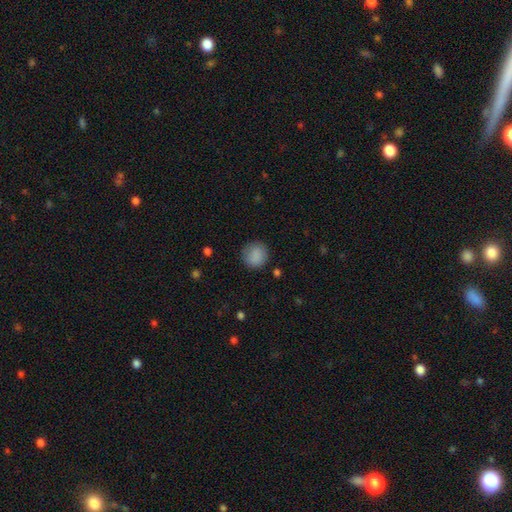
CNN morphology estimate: The model was most divided on "merging": none: 84%, minor disturbance: 11%, major disturbance: 3%, merger: 1%. More confident: how rounded — round (90%); smooth or featured — smooth (87%).